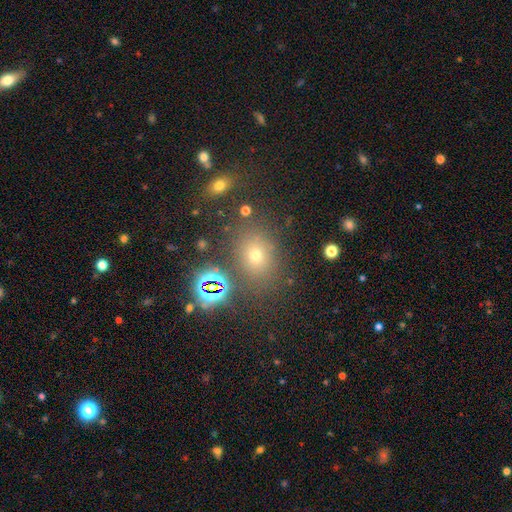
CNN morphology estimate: smooth_or_featured: smooth (p=0.59) [alt: star or artifact p=0.28]
how_rounded: in between (p=0.50) [alt: round p=0.49]
merging: none (p=0.77) [alt: minor disturbance p=0.11]